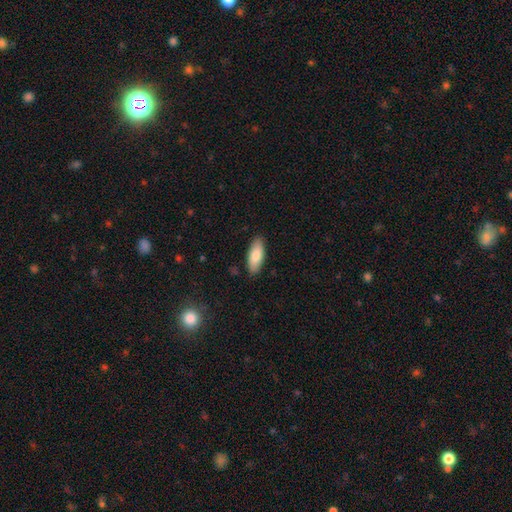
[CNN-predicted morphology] This appears to be a smooth galaxy with no disk features (83%) that is in between round and cigar-shaped (76%). Merging: none (87%).